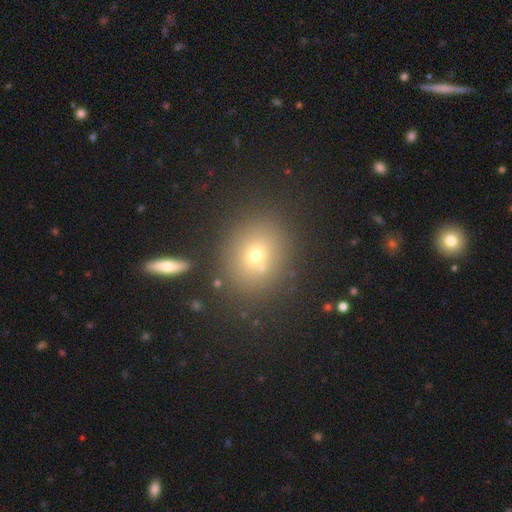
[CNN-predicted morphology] A smooth galaxy with no disk features (64%) that is round (66%). Merging: none (80%).